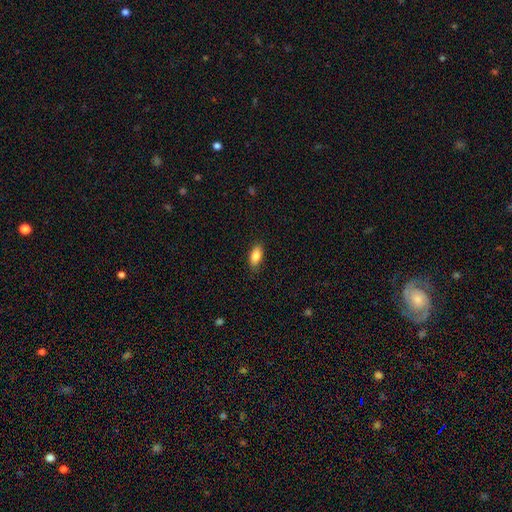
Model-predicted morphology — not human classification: This is clearly a smooth galaxy (85%). How rounded: clearly in between (87%). Merging: clearly none (85%).